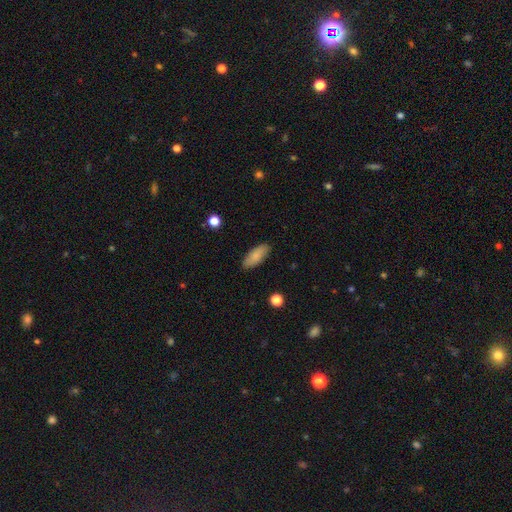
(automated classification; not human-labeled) Morphology: type=smooth (84%); roundness=in between (77%); merging=none (88%).